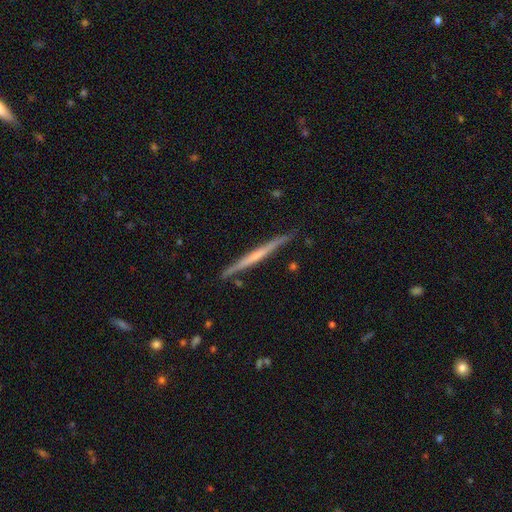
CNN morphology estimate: Smooth or featured?
  - featured or disk: 66% *
  - smooth: 29%
  - star or artifact: 5%
Edge-on disk?
  - yes: 98% *
  - no: 2%
Edge-on bulge?
  - none: 64% *
  - rounded: 29%
  - boxy: 7%
Merging?
  - none: 87% *
  - minor disturbance: 10%
  - merger: 2%
  - major disturbance: 2%